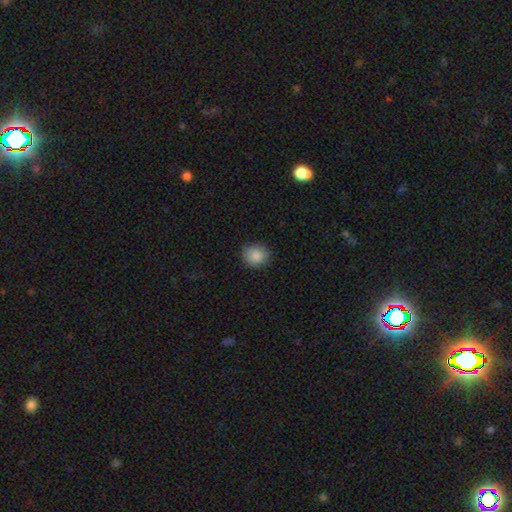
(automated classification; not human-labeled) smooth 87%, star or artifact 9%, featured or disk 4%. Down the decision tree: how rounded — round (83%); merging — none (86%).